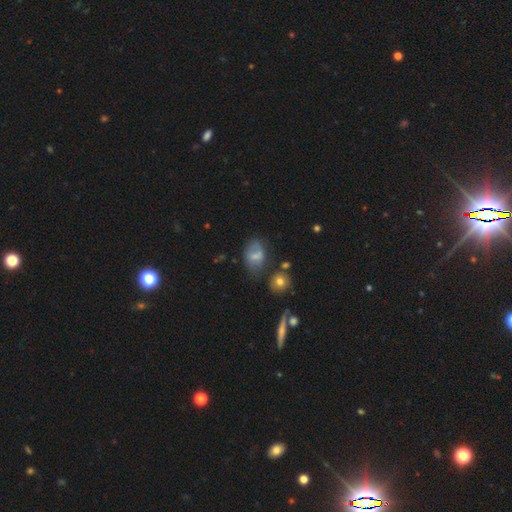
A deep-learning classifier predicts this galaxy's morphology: Overall: smooth (62%; featured or disk 27%). How rounded: in between (80%). Merging: none (52%; minor disturbance 28%).